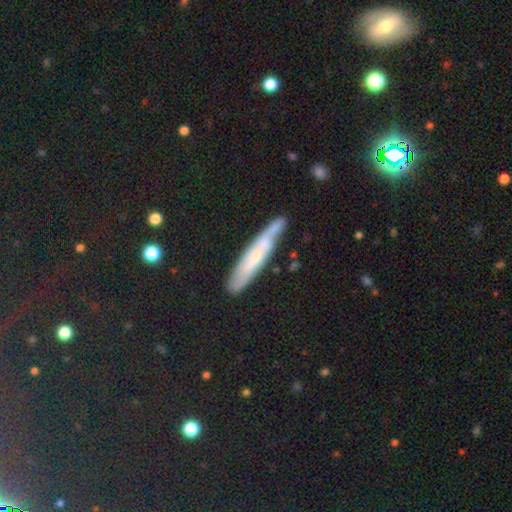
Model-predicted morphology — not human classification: Q: Smooth or featured?
A: featured or disk (48%); runner-up: smooth (41%)
Q: Merging?
A: none (74%); runner-up: minor disturbance (19%)